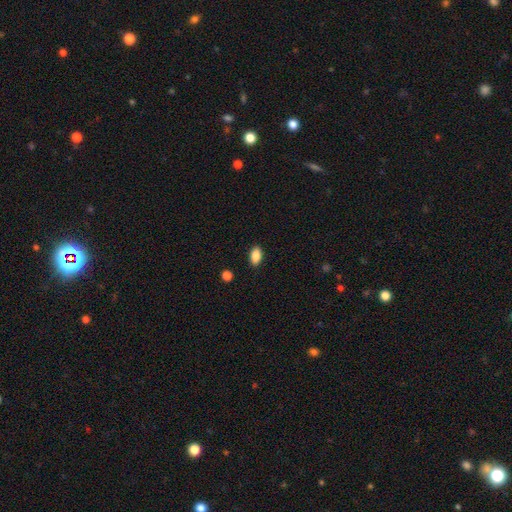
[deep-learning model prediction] Smooth or featured? Predicted: smooth (p=0.87). How rounded? Predicted: in between (p=0.91). Merging? Predicted: none (p=0.89).